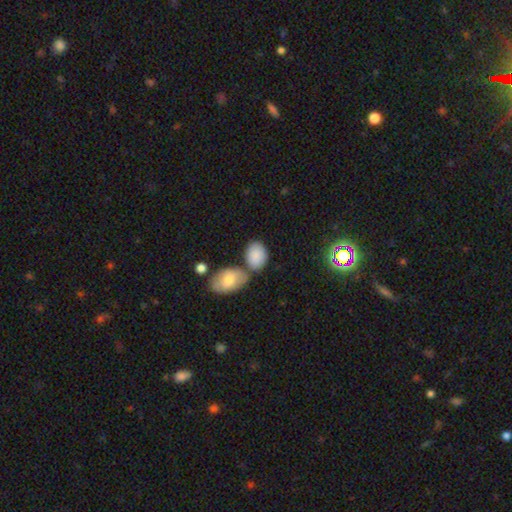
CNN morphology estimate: Smooth or featured? Predicted: smooth (p=0.85). How rounded? Predicted: in between (p=0.80). Merging? Predicted: none (p=0.53).